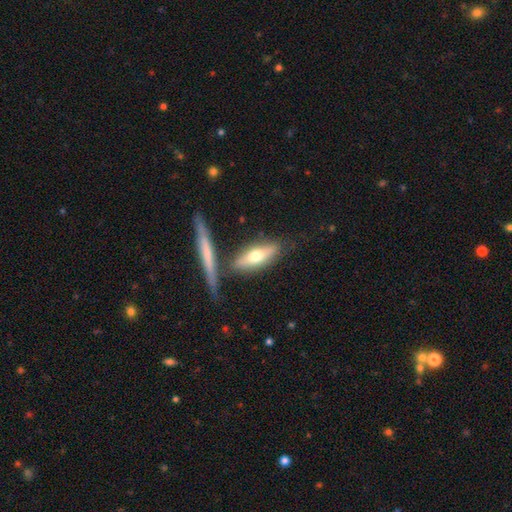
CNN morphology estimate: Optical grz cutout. It shows a smooth galaxy with no disk features (54%) that is cigar-shaped (52%). Merging: none (69%).